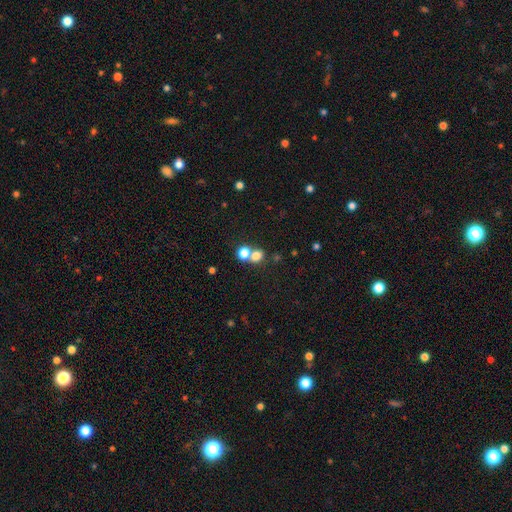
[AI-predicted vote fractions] Overall: smooth (74%). How rounded: round (72%). Merging: merger (45%, tied with none).